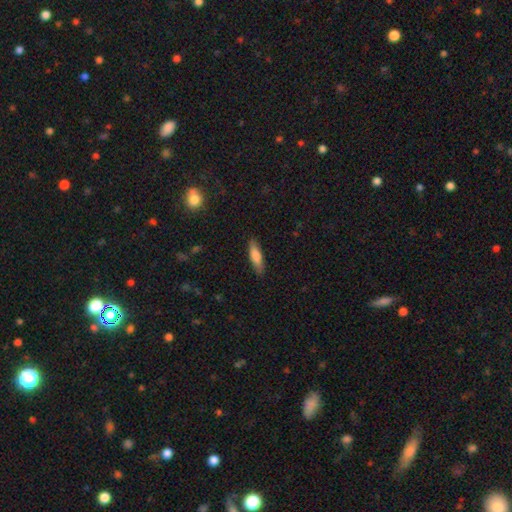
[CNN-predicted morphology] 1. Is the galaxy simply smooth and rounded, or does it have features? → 79% smooth, 15% featured or disk, 6% star or artifact.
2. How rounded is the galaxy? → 60% cigar-shaped, 38% in between, 2% round.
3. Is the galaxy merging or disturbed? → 84% none, 13% minor disturbance, 2% major disturbance, 1% merger.